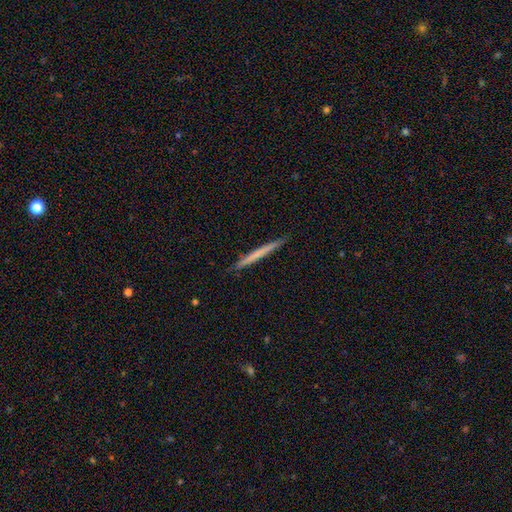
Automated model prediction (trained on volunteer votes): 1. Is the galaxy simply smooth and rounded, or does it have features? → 53% smooth, 41% featured or disk, 6% star or artifact.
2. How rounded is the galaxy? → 97% cigar-shaped, 1% in between, 1% round.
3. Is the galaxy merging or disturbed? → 91% none, 6% minor disturbance, 1% major disturbance, 1% merger.